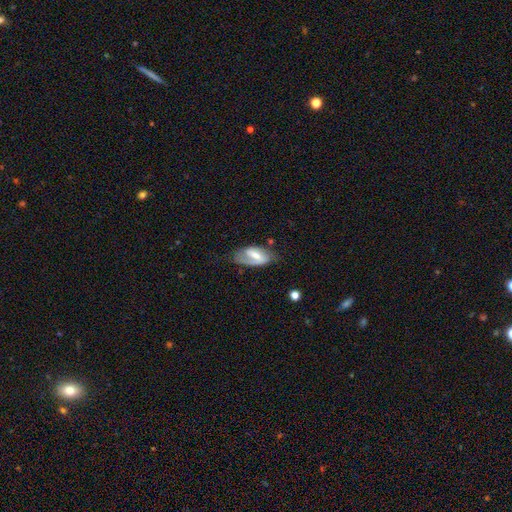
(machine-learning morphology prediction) A featured or disk galaxy (63%) with a strong bar (44%), spiral arms (76%) and a moderate central bulge (48%).

Vote fractions:
- Smooth or featured? featured or disk: 63% / smooth: 31% / star or artifact: 7%
- Edge-on disk? no: 93% / yes: 7%
- Bar? strong: 44% / weak: 40% / no: 16%
- Spiral arms? yes: 76% / no: 24%
- Bulge size? moderate: 48% / small: 34% / large: 8% / none: 8% / dominant: 1%
- Merging? none: 55% / minor disturbance: 28% / major disturbance: 15% / merger: 3%